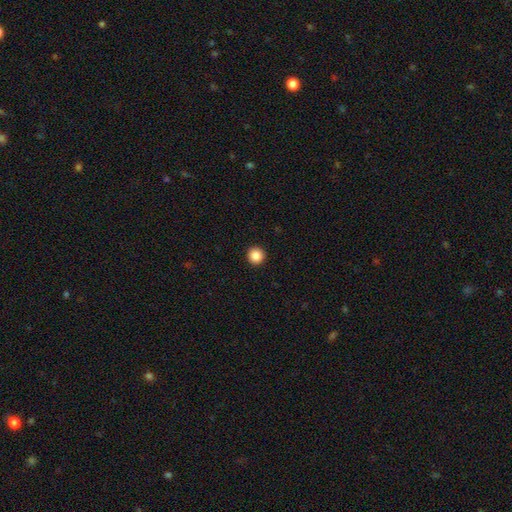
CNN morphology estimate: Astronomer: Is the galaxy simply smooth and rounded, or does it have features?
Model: smooth — 87%.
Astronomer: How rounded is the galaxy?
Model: round — 96%.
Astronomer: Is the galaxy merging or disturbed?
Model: none — 94%.